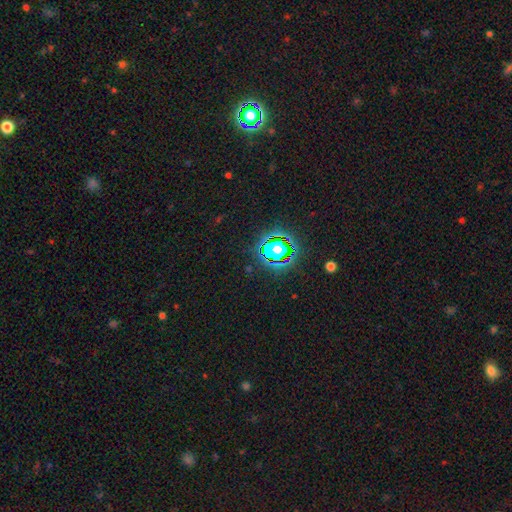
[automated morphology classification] Smooth or featured? star or artifact (81%)